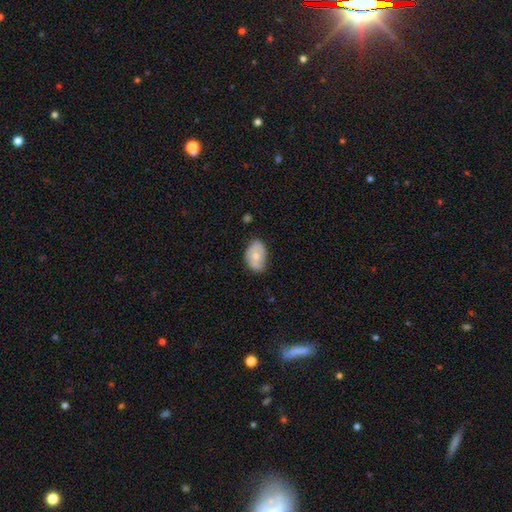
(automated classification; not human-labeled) Morphology: type=smooth (55%); roundness=in between (83%); merging=none (59%).